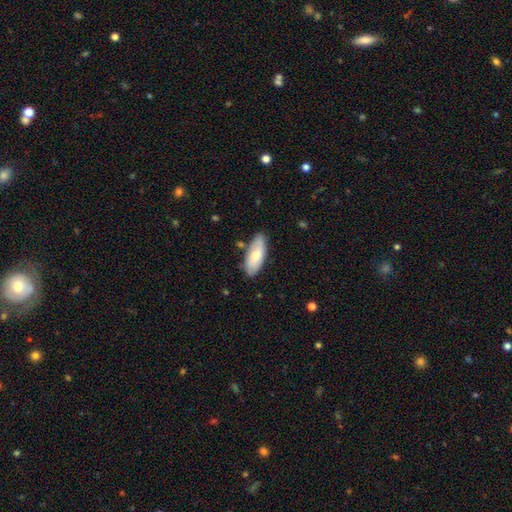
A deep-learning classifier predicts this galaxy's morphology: A smooth galaxy with no disk features (67%) that is in between round and cigar-shaped (81%).

Vote fractions:
- Smooth or featured? smooth: 67% / featured or disk: 27% / star or artifact: 6%
- How rounded? in between: 81% / cigar-shaped: 17% / round: 2%
- Merging? none: 79% / minor disturbance: 15% / merger: 3% / major disturbance: 3%